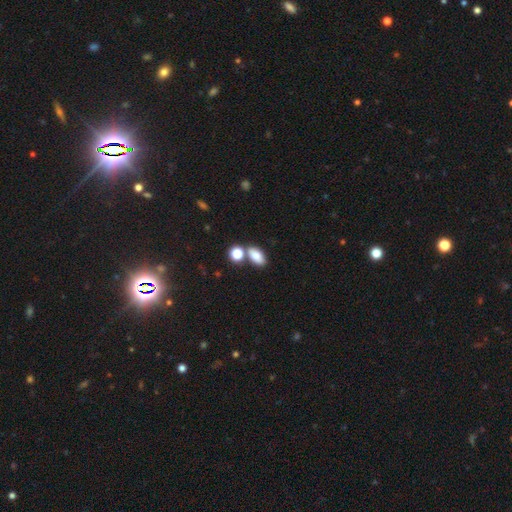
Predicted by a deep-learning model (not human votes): smooth 81%, star or artifact 10%, featured or disk 9%. Down the decision tree: how rounded — in between (86%); merging — none (58%).